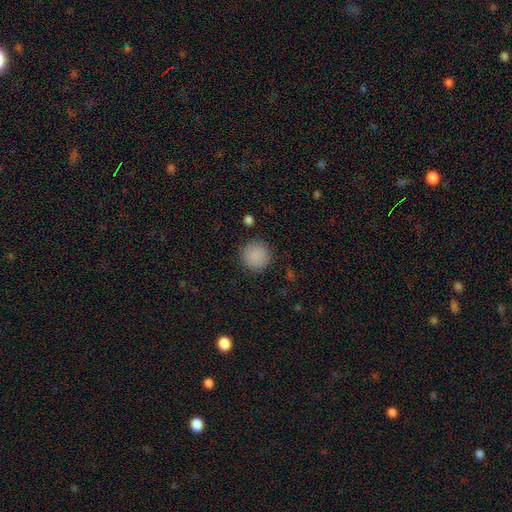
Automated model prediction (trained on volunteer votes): A smooth galaxy with no disk features (88%) that is round (94%). Merging: none (89%).